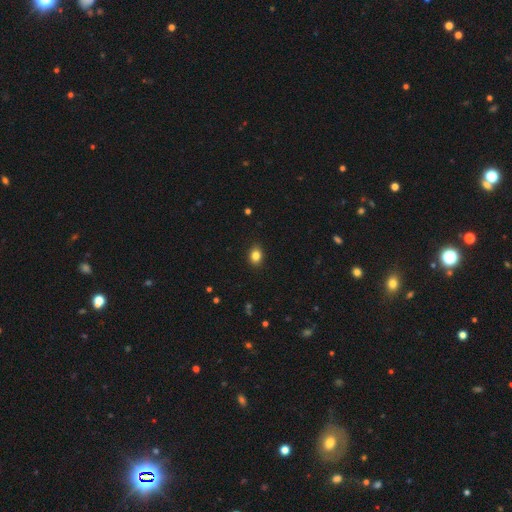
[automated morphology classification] Smooth or featured? smooth (84%)
How rounded? in between (60%)
Merging? none (89%)